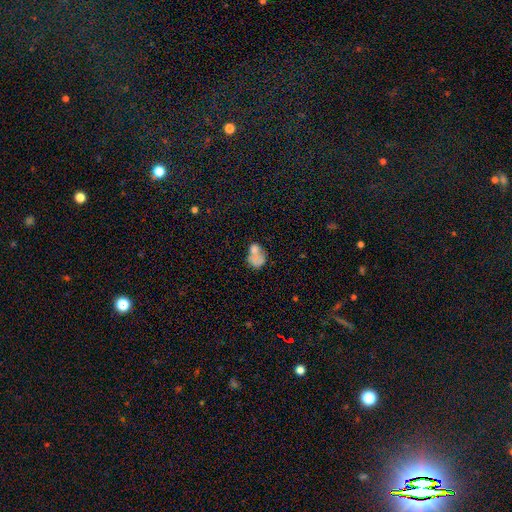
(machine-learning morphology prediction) Smooth or featured? Predicted: smooth (p=0.64). How rounded? Predicted: in between (p=0.59). Merging? Predicted: merger (p=0.39).